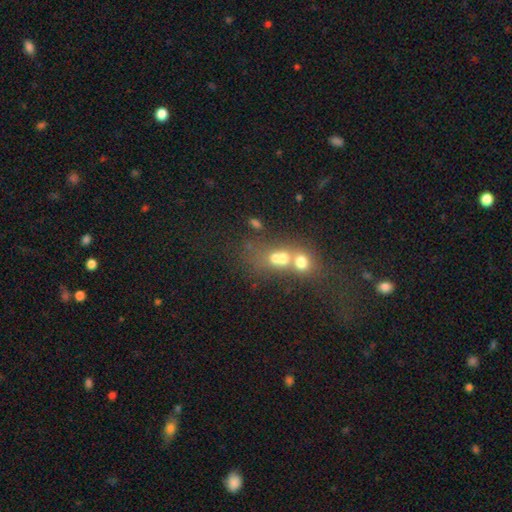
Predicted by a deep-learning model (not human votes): The model was most divided on "smooth or featured": smooth: 47%, featured or disk: 27%, star or artifact: 26%. More confident: merging — merger (61%).